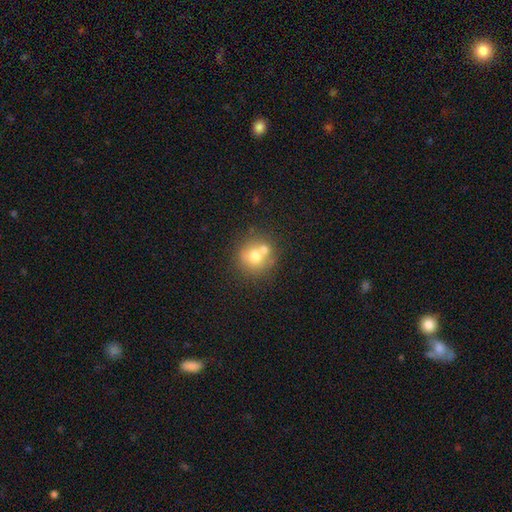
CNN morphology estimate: Smooth or featured? smooth (66%)
How rounded? round (88%)
Merging? none (52%)